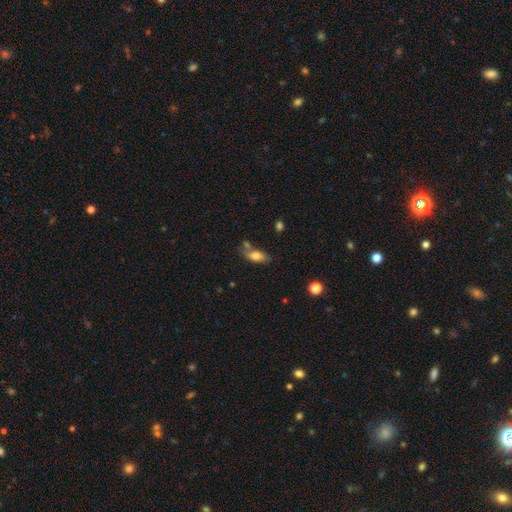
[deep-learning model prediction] Overall: smooth (77%). How rounded: in between (83%). Merging: none (54%; minor disturbance 21%).